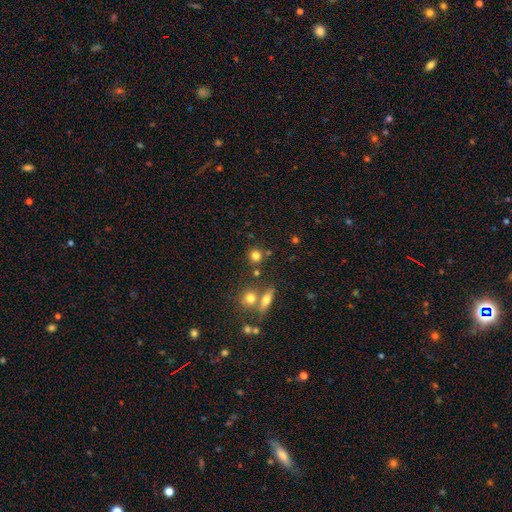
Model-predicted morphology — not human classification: Smooth or featured?
  - smooth: 77% *
  - star or artifact: 14%
  - featured or disk: 9%
How rounded?
  - round: 90% *
  - in between: 9%
  - cigar-shaped: 1%
Merging?
  - none: 74% *
  - merger: 15%
  - minor disturbance: 8%
  - major disturbance: 4%